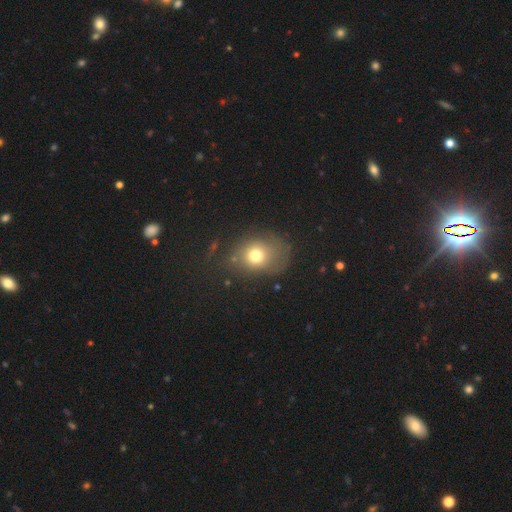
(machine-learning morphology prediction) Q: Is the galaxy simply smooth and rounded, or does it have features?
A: smooth — 72%.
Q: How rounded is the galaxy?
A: round — 53%.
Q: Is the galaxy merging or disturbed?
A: none — 60%.